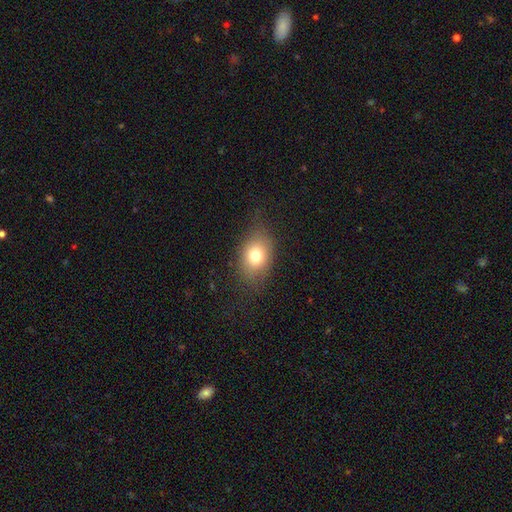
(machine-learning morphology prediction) Smooth or featured? smooth (76%)
How rounded? in between (68%)
Merging? none (74%)